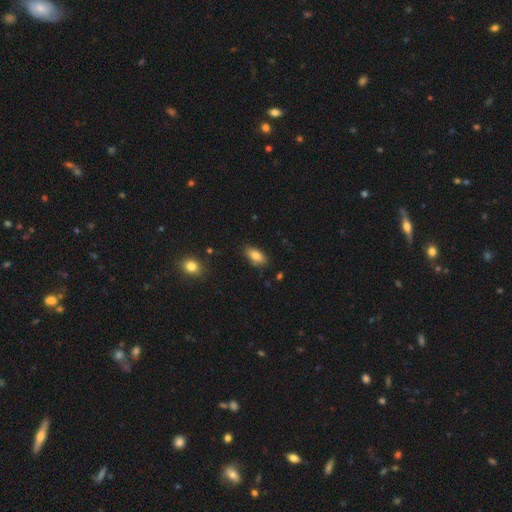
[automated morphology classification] smooth_or_featured: smooth (p=0.83) [alt: featured or disk p=0.10]
how_rounded: in between (p=0.88) [alt: cigar-shaped p=0.09]
merging: none (p=0.82) [alt: minor disturbance p=0.14]